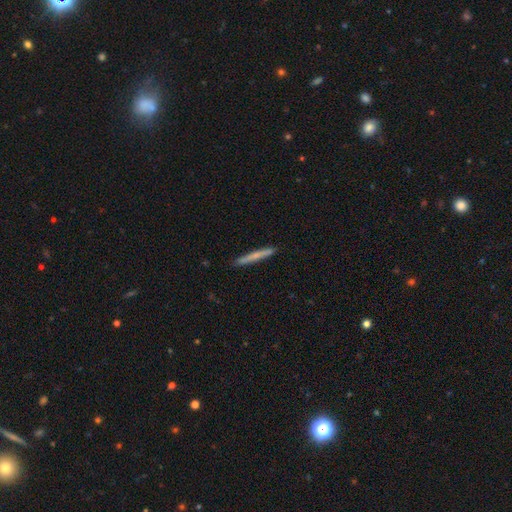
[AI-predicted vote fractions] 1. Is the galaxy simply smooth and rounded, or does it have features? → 58% smooth, 36% featured or disk, 6% star or artifact.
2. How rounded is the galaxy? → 97% cigar-shaped, 2% in between, 1% round.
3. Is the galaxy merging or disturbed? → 90% none, 7% minor disturbance, 1% major disturbance, 1% merger.